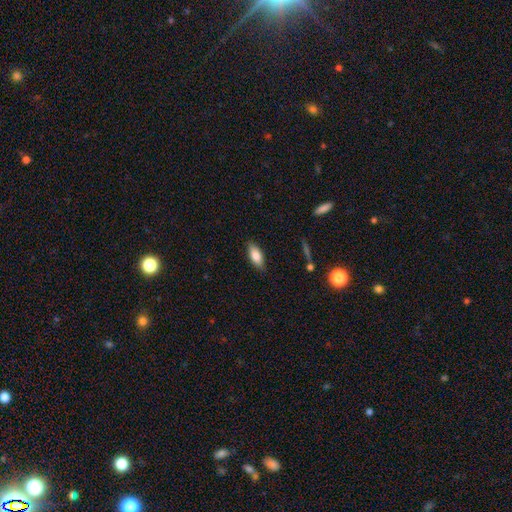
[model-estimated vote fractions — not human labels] Smooth or featured? Predicted: smooth (p=0.80). How rounded? Predicted: in between (p=0.79). Merging? Predicted: none (p=0.86).